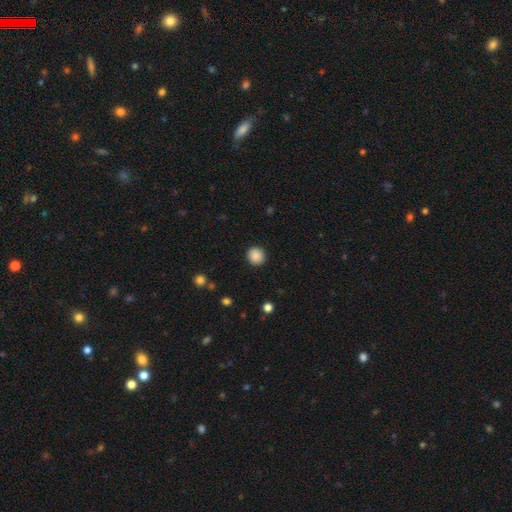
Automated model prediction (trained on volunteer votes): A smooth galaxy with no disk features (87%) that is round (92%).

Vote fractions:
- Smooth or featured? smooth: 87% / star or artifact: 9% / featured or disk: 4%
- How rounded? round: 92% / in between: 7% / cigar-shaped: 1%
- Merging? none: 92% / minor disturbance: 5% / major disturbance: 2% / merger: 1%